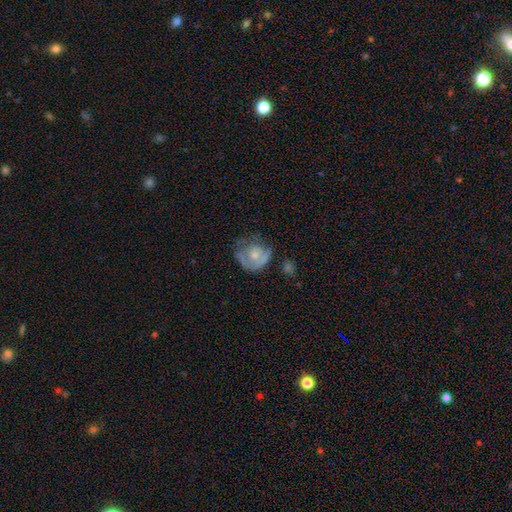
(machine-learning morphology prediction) type=smooth (51%); roundness=round (73%); merging=none (42%).